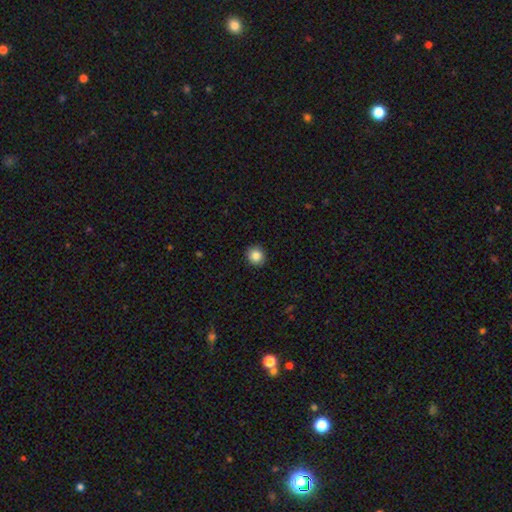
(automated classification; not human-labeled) Overall: smooth (85%). How rounded: round (91%). Merging: none (92%).